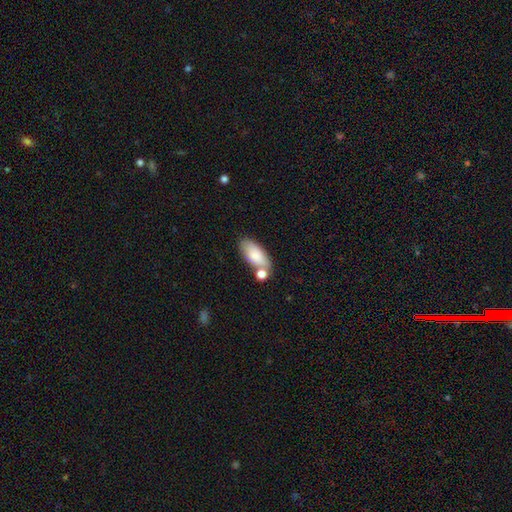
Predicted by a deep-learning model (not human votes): Smooth or featured? Predicted: smooth (p=0.82). How rounded? Predicted: in between (p=0.88). Merging? Predicted: none (p=0.57).